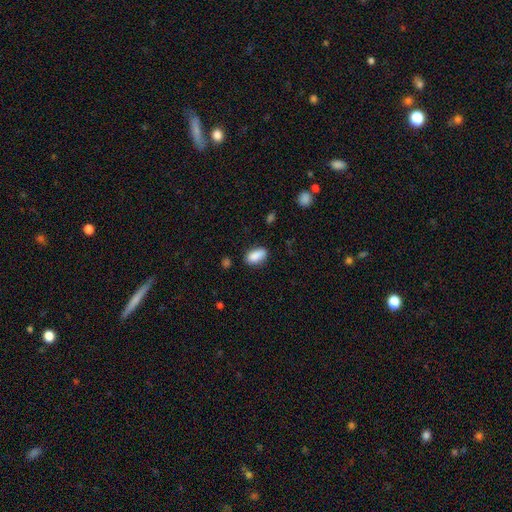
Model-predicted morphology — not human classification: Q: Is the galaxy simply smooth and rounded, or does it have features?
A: smooth — 88%.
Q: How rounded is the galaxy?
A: in between — 89%.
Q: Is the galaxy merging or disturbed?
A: none — 78%.